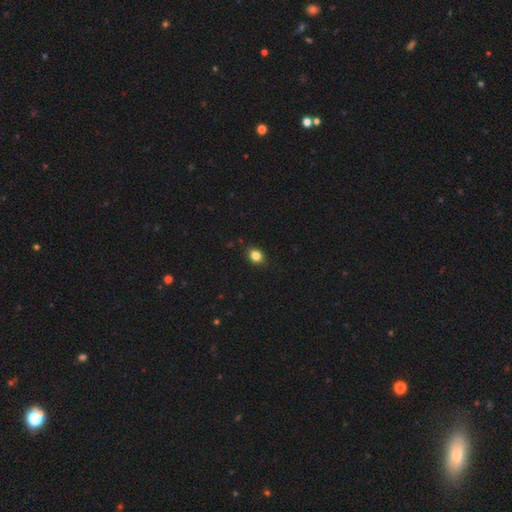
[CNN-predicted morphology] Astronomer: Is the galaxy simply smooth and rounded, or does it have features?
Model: smooth — 83%.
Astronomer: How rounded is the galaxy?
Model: round — 49%, tied with in between at 49%.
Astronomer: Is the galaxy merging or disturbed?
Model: none — 87%.